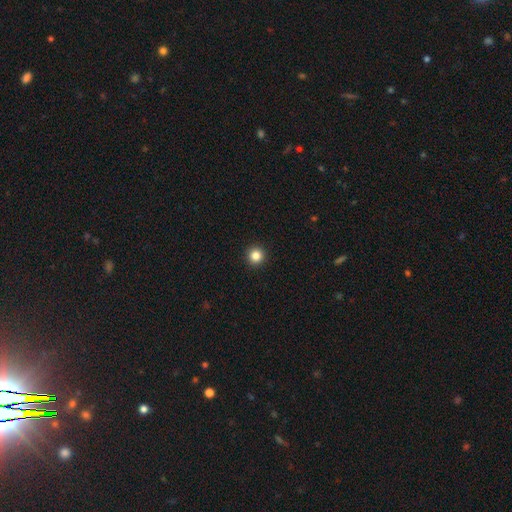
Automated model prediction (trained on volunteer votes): A smooth galaxy with no disk features (84%) that is round (96%). Merging: none (94%).